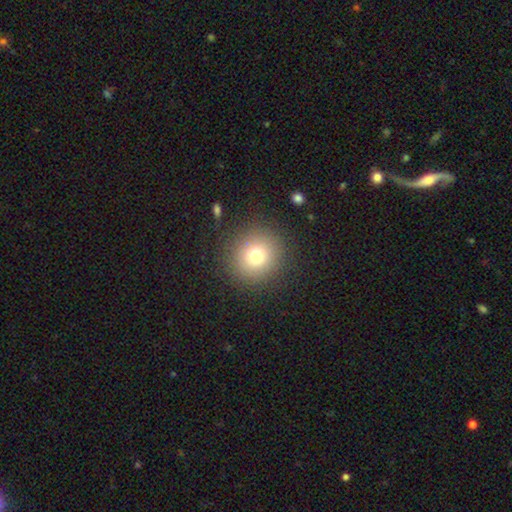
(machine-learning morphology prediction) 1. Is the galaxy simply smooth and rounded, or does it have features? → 75% smooth, 15% star or artifact, 11% featured or disk.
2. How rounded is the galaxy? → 92% round, 7% in between, 1% cigar-shaped.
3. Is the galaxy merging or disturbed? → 89% none, 6% minor disturbance, 3% major disturbance, 1% merger.